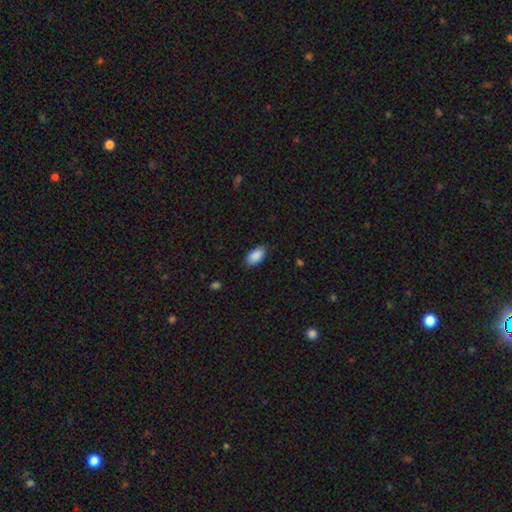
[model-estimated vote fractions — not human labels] A smooth galaxy with no disk features (90%) that is in between round and cigar-shaped (94%). Merging: none (82%).